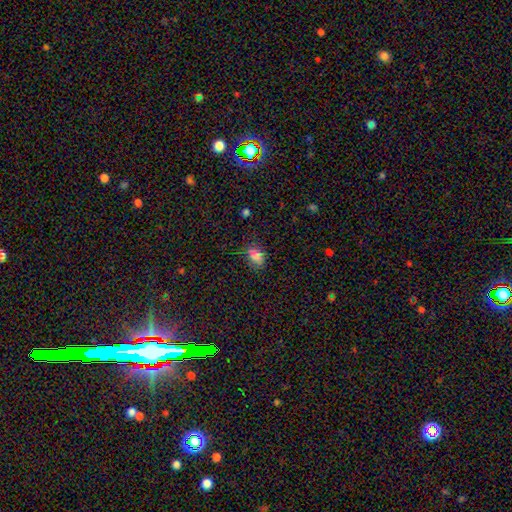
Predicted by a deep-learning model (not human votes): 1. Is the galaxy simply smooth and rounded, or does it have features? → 76% smooth, 16% star or artifact, 8% featured or disk.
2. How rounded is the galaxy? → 77% in between, 21% round, 2% cigar-shaped.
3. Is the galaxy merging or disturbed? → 70% none, 21% minor disturbance, 7% major disturbance, 2% merger.